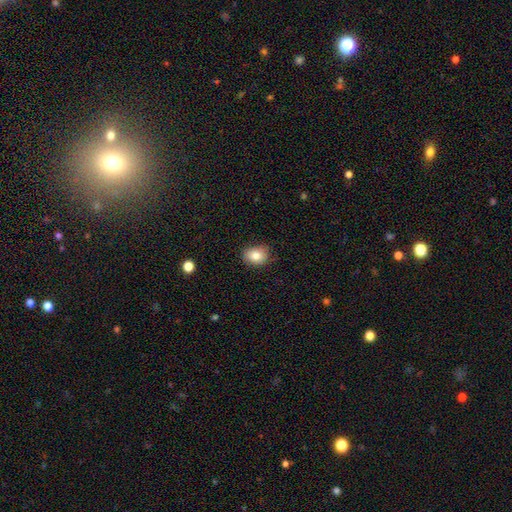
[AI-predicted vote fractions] Smooth or featured? Predicted: smooth (p=0.82). How rounded? Predicted: in between (p=0.57). Merging? Predicted: none (p=0.80).